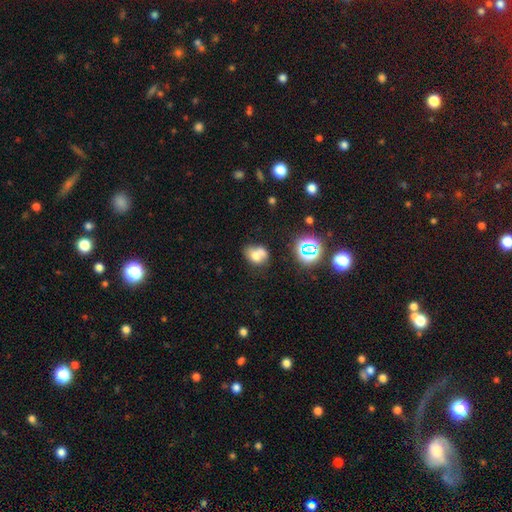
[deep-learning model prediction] A smooth galaxy with no disk features (64%) that is round (51%). Merging: merger (44%).